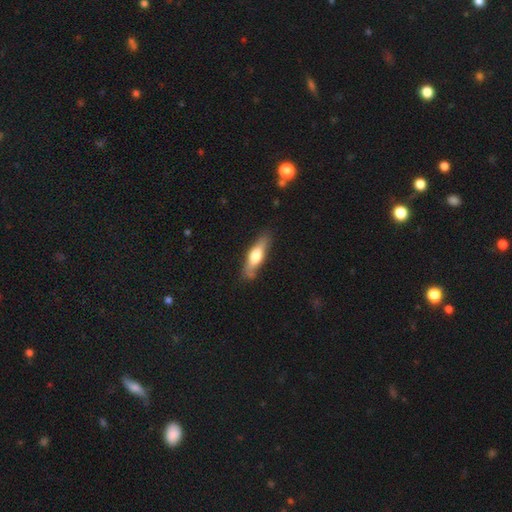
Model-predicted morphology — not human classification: This is possibly a smooth galaxy (54%). How rounded: likely cigar-shaped (61%). Merging: likely none (78%).